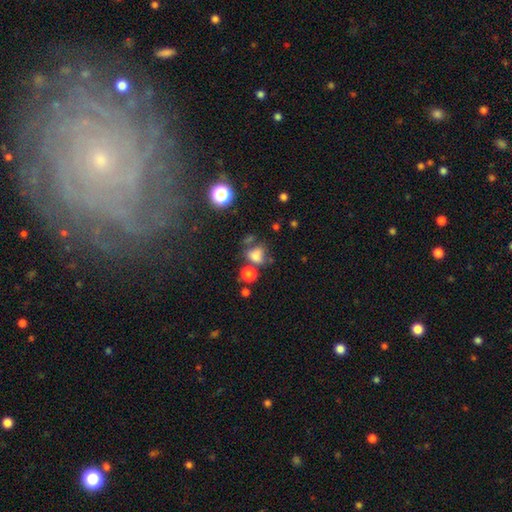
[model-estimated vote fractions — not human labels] This appears to be a smooth galaxy with no disk features (71%) that is in between round and cigar-shaped (54%). Merging: none (44%).